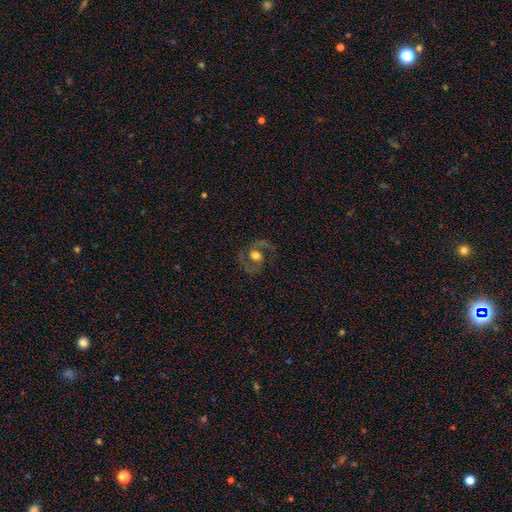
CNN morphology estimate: type=featured or disk (69%); edge-on=no (97%); bar=no (59%); spiral arms=yes (82%); winding=medium (55%); arm count=2 (86%); bulge=moderate (60%); merging=none (72%).